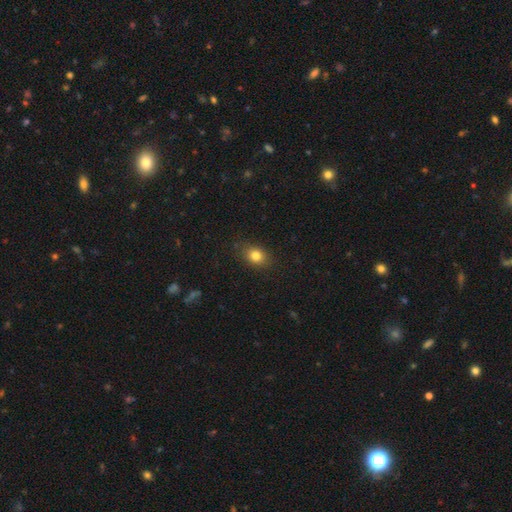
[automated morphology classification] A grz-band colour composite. It shows a smooth galaxy with no disk features (81%) that is in between round and cigar-shaped (57%). Merging: none (83%).